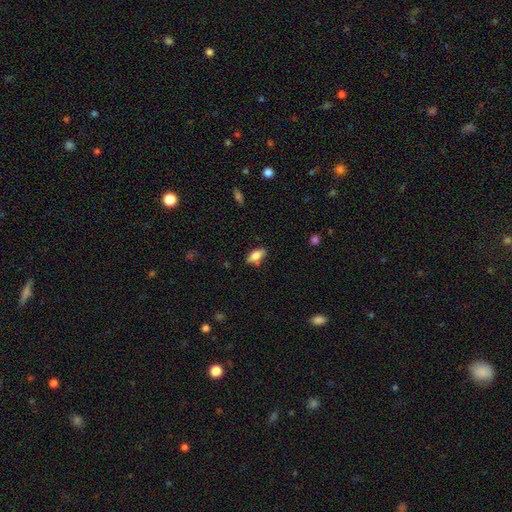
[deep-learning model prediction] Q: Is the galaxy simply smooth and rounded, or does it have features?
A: smooth — 75%.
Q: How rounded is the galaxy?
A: in between — 86%.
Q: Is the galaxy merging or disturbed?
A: none — 76%.